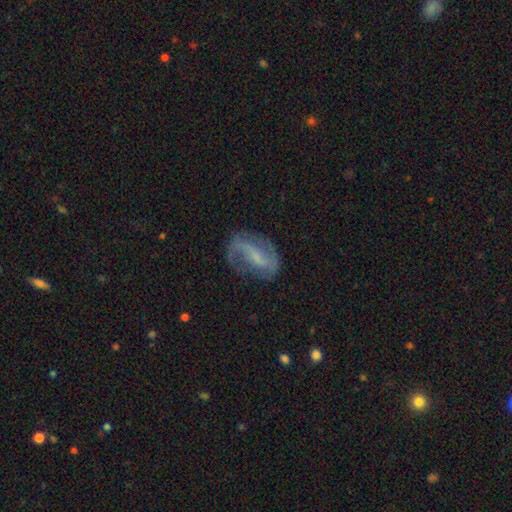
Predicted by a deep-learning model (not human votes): This appears to be a featured or disk galaxy (77%) with a weak bar (41%), 2 (80%) loose (44%) spiral arms (89%) and a small central bulge (55%). Merging: none (65%).